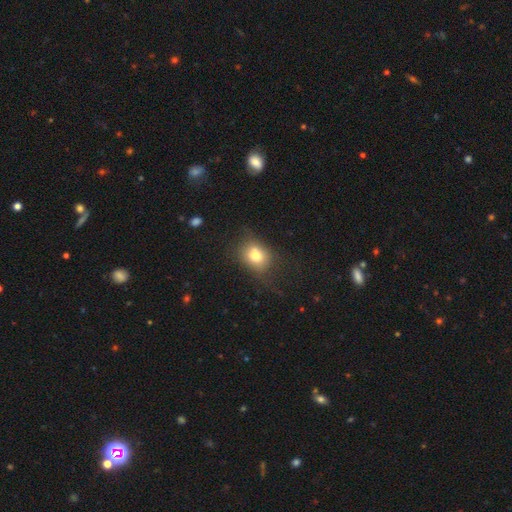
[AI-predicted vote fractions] This appears to be a smooth galaxy with no disk features (75%) that is in between round and cigar-shaped (50%). Merging: none (63%).